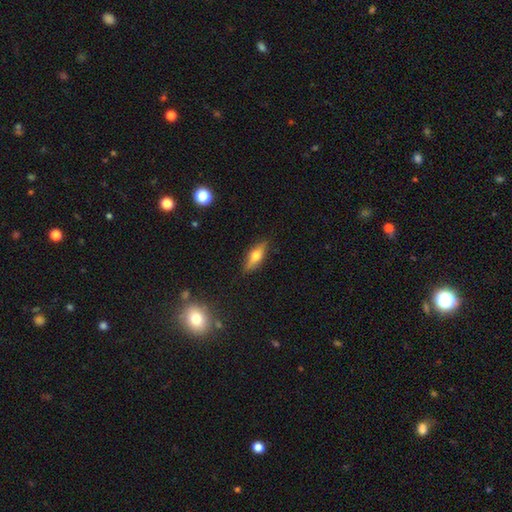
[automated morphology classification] Smooth or featured: smooth — 50% (featured or disk — 42%)
Merging: none — 85% (minor disturbance — 12%)